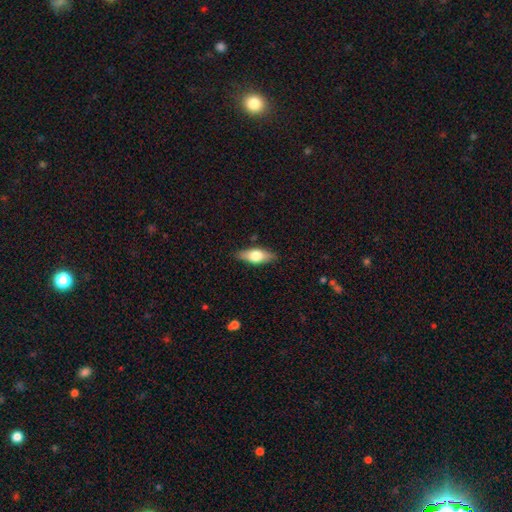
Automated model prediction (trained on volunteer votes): Smooth or featured? smooth (61%)
How rounded? in between (75%)
Merging? none (85%)